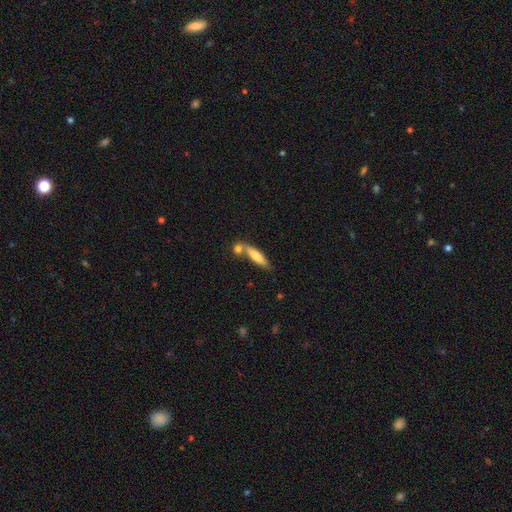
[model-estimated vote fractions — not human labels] Morphology: type=smooth (67%); roundness=cigar-shaped (70%); merging=none (56%).